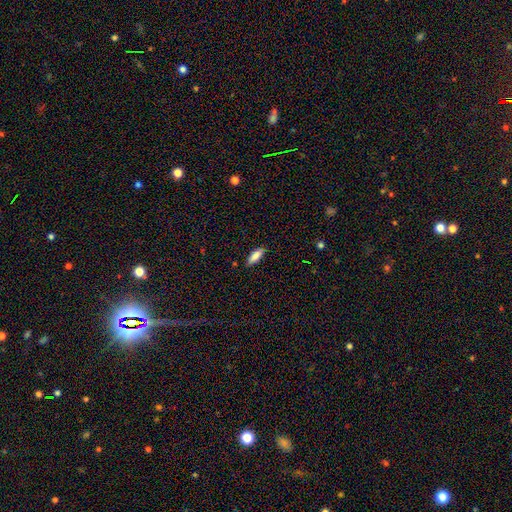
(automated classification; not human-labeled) A smooth galaxy with no disk features (85%) that is in between round and cigar-shaped (60%). Merging: none (85%).